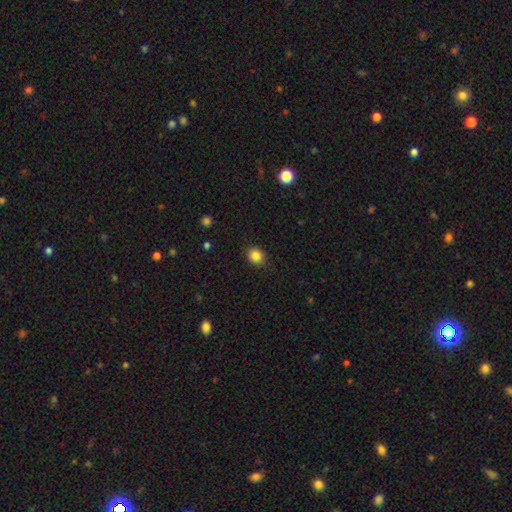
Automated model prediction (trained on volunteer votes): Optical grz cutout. It shows a smooth galaxy with no disk features (86%) that is round (67%). Merging: none (86%).